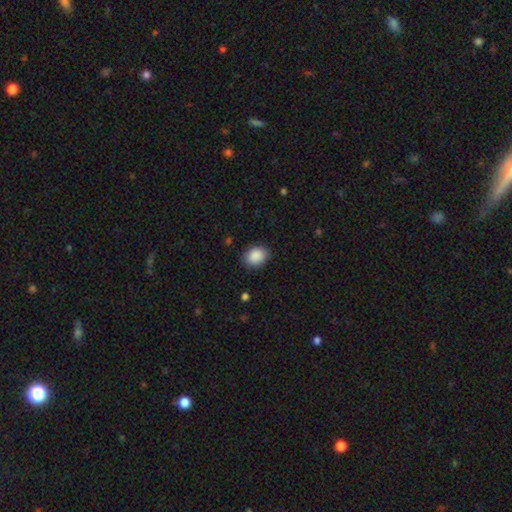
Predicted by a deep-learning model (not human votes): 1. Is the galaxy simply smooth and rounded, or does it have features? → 89% smooth, 7% star or artifact, 3% featured or disk.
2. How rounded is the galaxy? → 62% in between, 37% round, 1% cigar-shaped.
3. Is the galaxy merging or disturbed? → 87% none, 9% minor disturbance, 3% major disturbance, 1% merger.